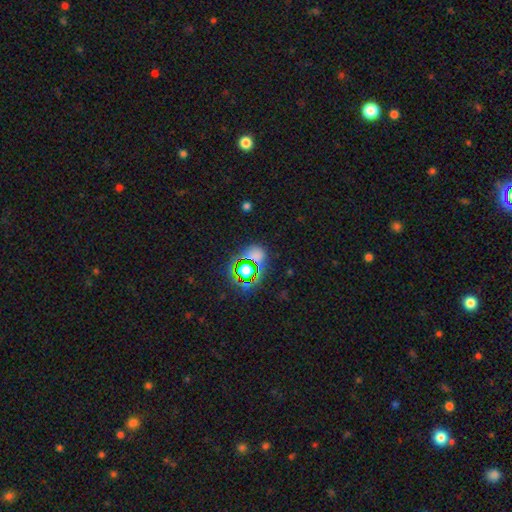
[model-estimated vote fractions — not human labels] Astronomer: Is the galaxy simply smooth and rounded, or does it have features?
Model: star or artifact — 52% (runner-up: smooth, 39%).